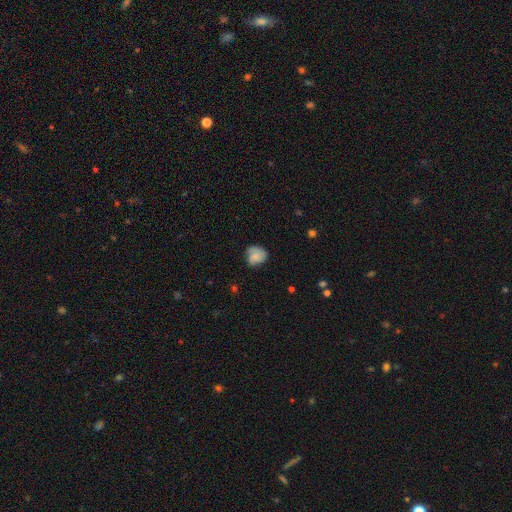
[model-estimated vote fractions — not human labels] Smooth or featured: smooth — 64% (featured or disk — 28%)
How rounded: round — 64% (in between — 35%)
Merging: none — 55% (minor disturbance — 32%)